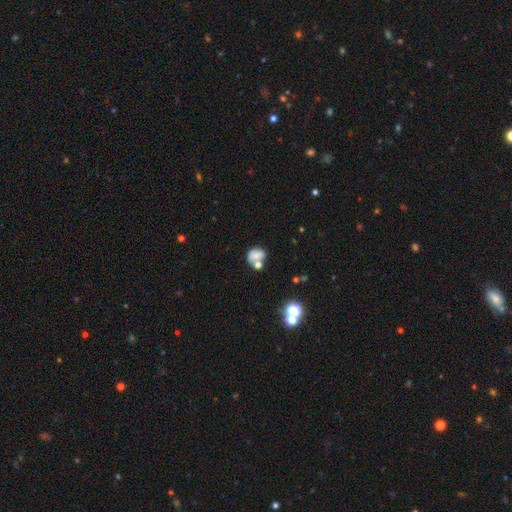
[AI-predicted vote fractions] Smooth or featured?
  - smooth: 66% *
  - featured or disk: 21%
  - star or artifact: 13%
How rounded?
  - in between: 50% *
  - round: 49%
  - cigar-shaped: 1%
Merging?
  - none: 38% *
  - merger: 35%
  - minor disturbance: 18%
  - major disturbance: 9%